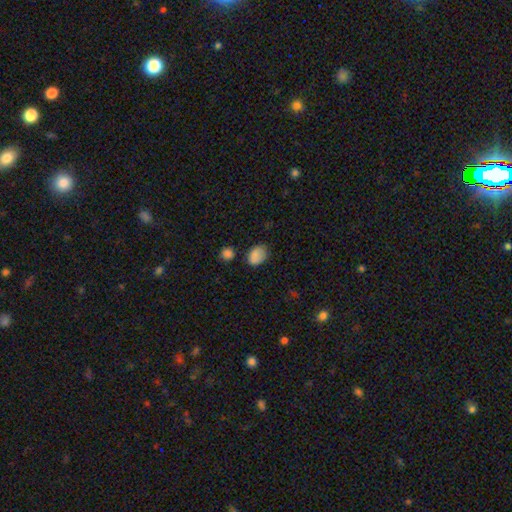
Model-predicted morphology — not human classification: Smooth or featured?
  - smooth: 84% *
  - star or artifact: 10%
  - featured or disk: 6%
How rounded?
  - in between: 75% *
  - round: 24%
  - cigar-shaped: 1%
Merging?
  - none: 69% *
  - minor disturbance: 22%
  - merger: 5%
  - major disturbance: 5%